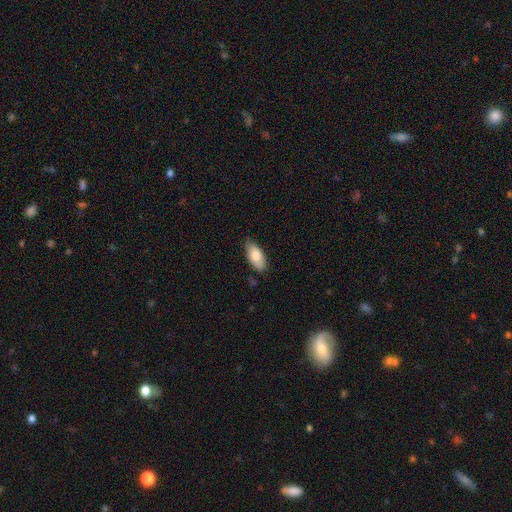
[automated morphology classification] This is clearly a smooth galaxy (82%). How rounded: clearly in between (88%). Merging: likely none (79%).